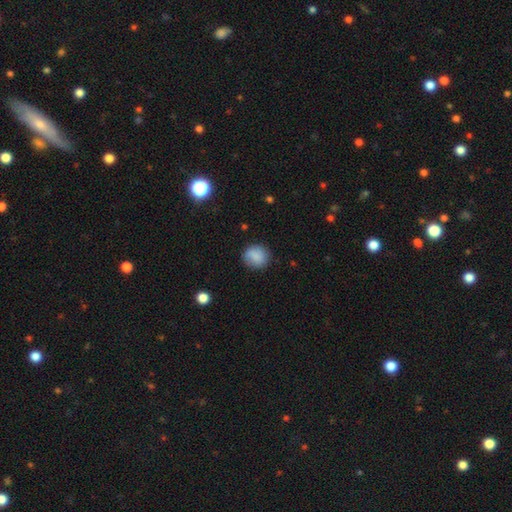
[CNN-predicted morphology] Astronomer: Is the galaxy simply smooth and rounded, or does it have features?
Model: smooth — 84%.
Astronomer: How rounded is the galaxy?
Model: round — 86%.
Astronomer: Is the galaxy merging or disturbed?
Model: none — 81%.